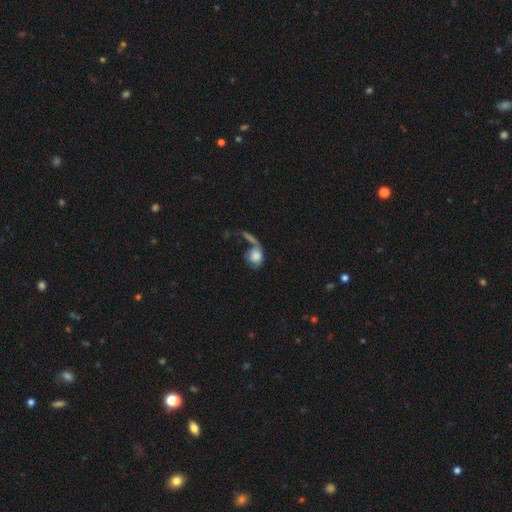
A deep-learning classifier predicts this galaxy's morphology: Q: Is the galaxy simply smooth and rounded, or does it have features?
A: smooth — 66%.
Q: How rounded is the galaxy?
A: in between — 50%.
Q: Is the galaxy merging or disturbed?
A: merger — 30%, tied with major disturbance.